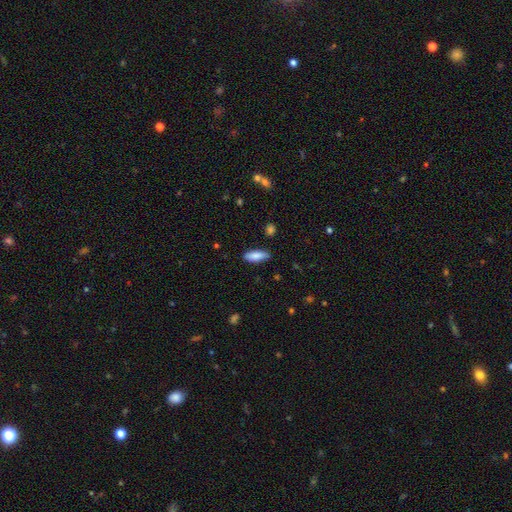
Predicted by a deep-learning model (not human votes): This appears to be a smooth galaxy with no disk features (85%) that is in between round and cigar-shaped (72%). Merging: none (84%).